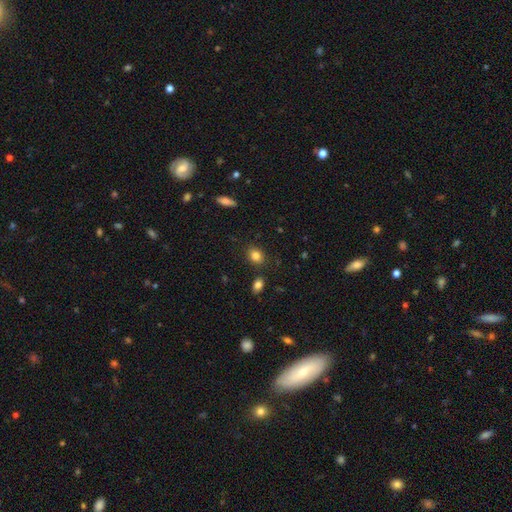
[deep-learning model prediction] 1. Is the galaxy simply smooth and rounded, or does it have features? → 84% smooth, 10% star or artifact, 6% featured or disk.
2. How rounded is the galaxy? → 55% in between, 44% round, 1% cigar-shaped.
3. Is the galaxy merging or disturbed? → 83% none, 10% minor disturbance, 5% merger, 3% major disturbance.